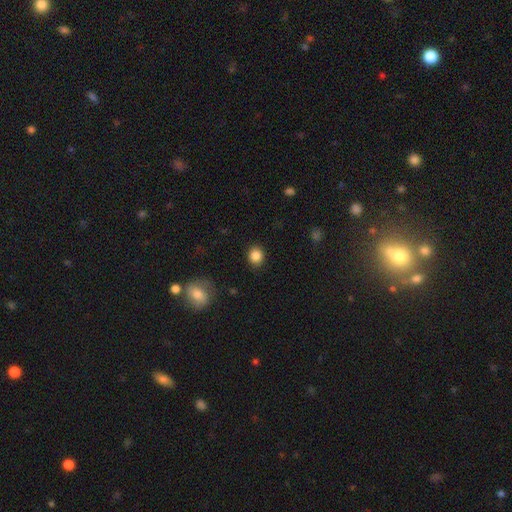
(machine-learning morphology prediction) smooth 86%, star or artifact 10%, featured or disk 4%. Down the decision tree: how rounded — round (75%); merging — none (89%).